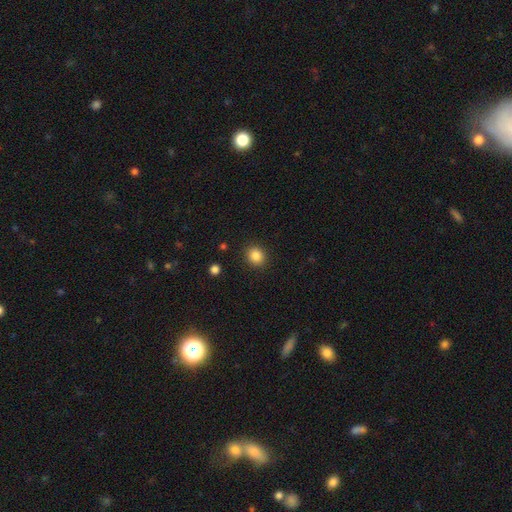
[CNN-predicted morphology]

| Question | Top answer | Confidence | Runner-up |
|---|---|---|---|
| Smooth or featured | smooth | 86% | star or artifact (10%) |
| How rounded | round | 78% | in between (21%) |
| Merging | none | 90% | minor disturbance (6%) |